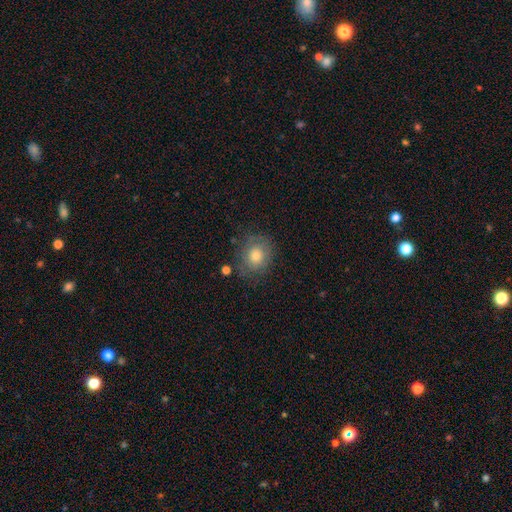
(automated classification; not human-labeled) A smooth galaxy with no disk features (63%) that is round (61%).

Vote fractions:
- Smooth or featured? smooth: 63% / featured or disk: 26% / star or artifact: 11%
- How rounded? round: 61% / in between: 38% / cigar-shaped: 1%
- Merging? none: 73% / minor disturbance: 18% / major disturbance: 7% / merger: 2%